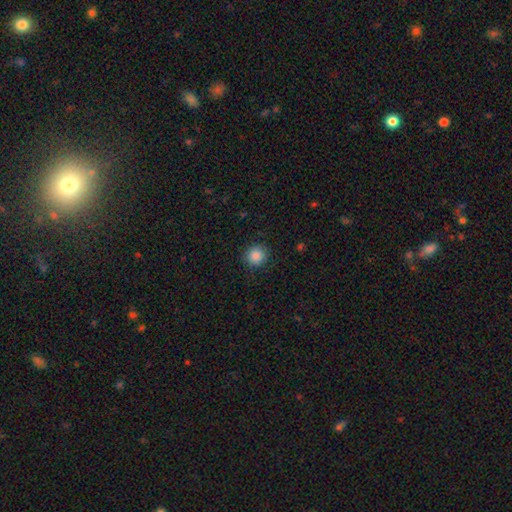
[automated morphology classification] This is clearly a smooth galaxy (87%). How rounded: clearly round (91%). Merging: clearly none (89%).